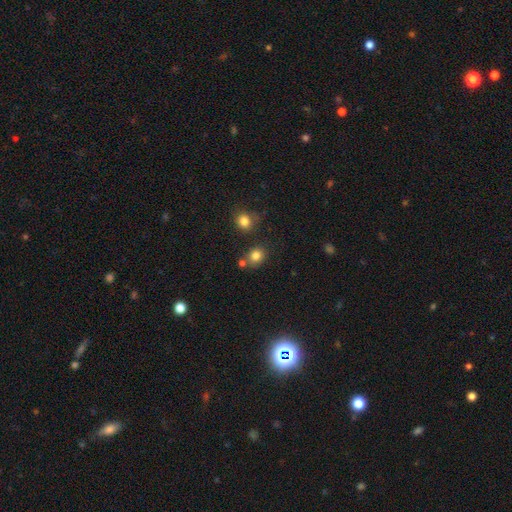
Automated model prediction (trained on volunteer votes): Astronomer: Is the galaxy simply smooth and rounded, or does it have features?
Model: smooth — 81%.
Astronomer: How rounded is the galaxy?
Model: round — 72%.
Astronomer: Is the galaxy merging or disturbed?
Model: none — 70%.